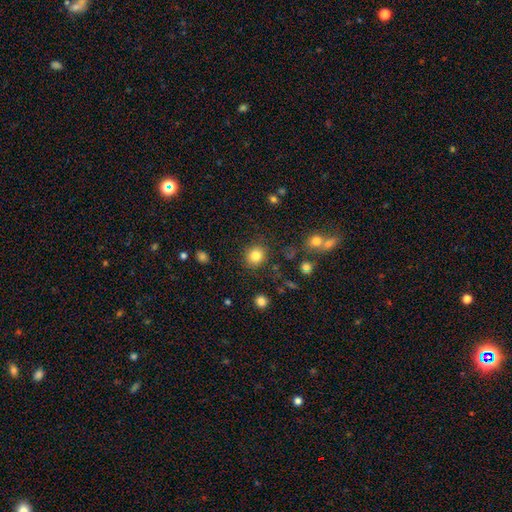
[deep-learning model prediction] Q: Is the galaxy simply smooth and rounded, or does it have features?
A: smooth — 83%.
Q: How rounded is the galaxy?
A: round — 83%.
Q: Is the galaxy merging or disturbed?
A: none — 84%.